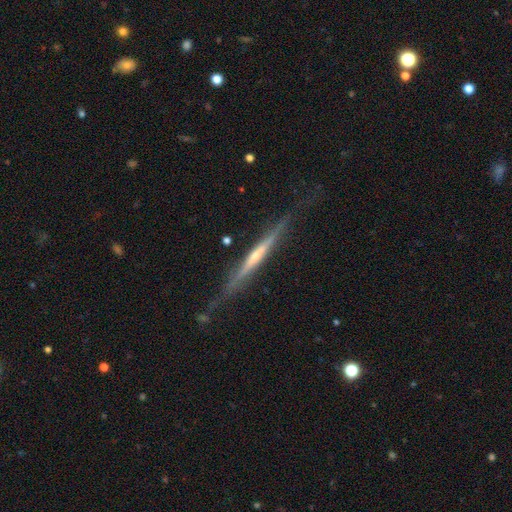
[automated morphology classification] Smooth or featured?
  - featured or disk: 76% *
  - smooth: 18%
  - star or artifact: 6%
Edge-on disk?
  - yes: 96% *
  - no: 4%
Edge-on bulge?
  - rounded: 48% *
  - none: 46%
  - boxy: 7%
Merging?
  - none: 77% *
  - minor disturbance: 18%
  - major disturbance: 3%
  - merger: 2%